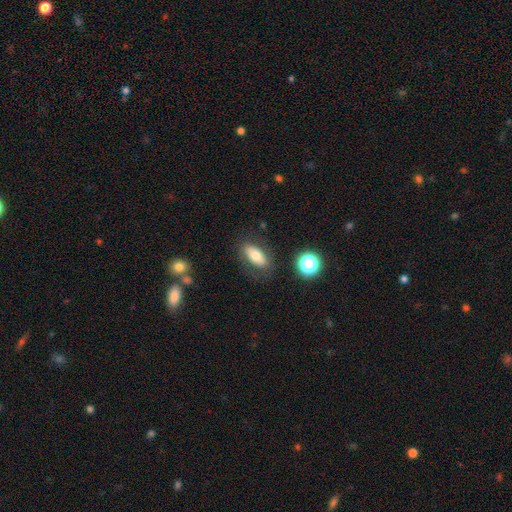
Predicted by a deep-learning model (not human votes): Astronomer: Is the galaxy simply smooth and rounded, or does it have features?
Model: smooth — 69%.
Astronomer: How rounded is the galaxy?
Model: in between — 85%.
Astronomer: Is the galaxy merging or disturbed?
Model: none — 77%.